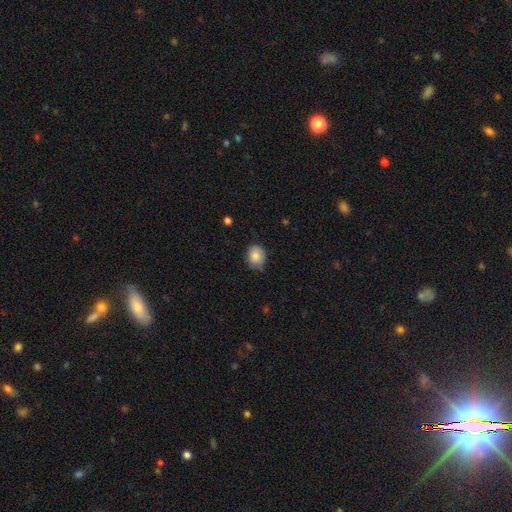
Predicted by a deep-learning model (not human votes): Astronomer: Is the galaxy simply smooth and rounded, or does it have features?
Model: smooth — 86%.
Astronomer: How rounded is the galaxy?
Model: round — 69%.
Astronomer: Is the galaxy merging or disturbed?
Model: none — 75%.